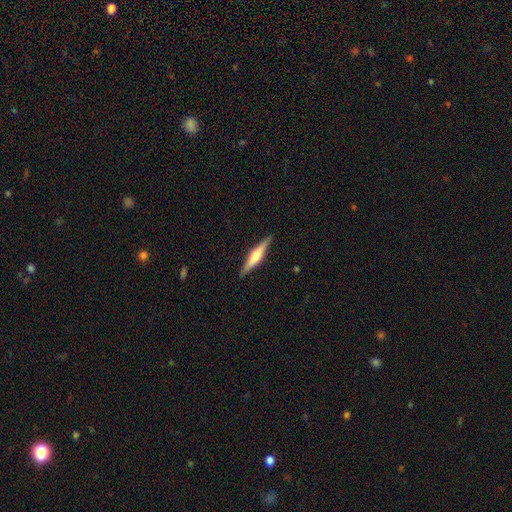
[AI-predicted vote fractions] The model was most divided on "smooth or featured": featured or disk: 62%, smooth: 33%, star or artifact: 5%. More confident: edge-on disk — yes (97%); merging — none (89%); edge-on bulge — rounded (87%).